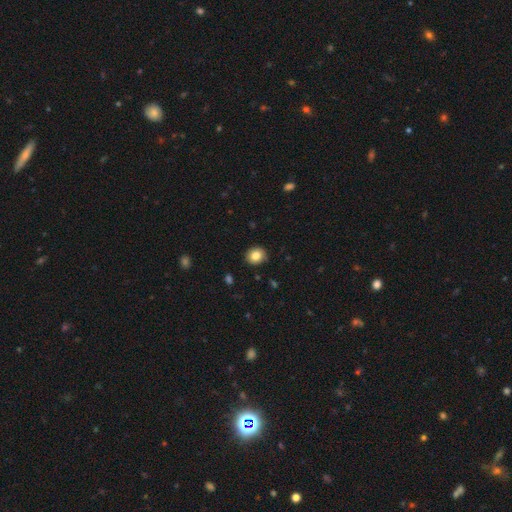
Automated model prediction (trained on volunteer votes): smooth-or-featured: smooth: 83% | star or artifact: 10% | featured or disk: 7%
  how-rounded: round: 77% | in between: 22% | cigar-shaped: 1%
  merging: none: 89% | minor disturbance: 8% | major disturbance: 2% | merger: 1%